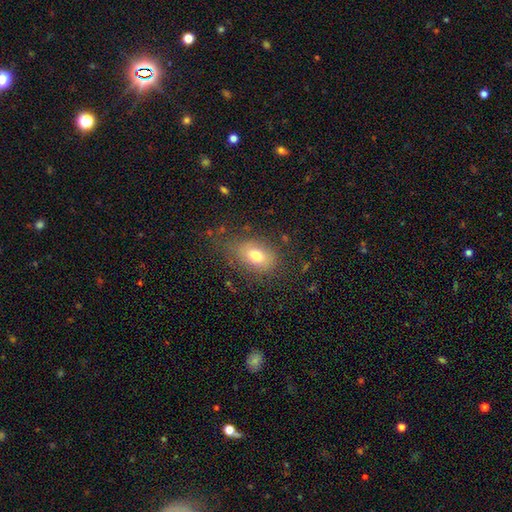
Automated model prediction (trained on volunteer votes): This is likely a smooth galaxy (74%). How rounded: clearly in between (83%). Merging: likely none (68%).